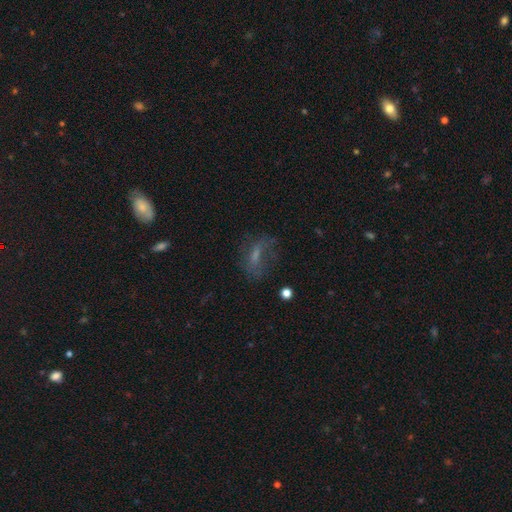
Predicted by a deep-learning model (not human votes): smooth-or-featured: smooth: 43% | featured or disk: 39% | star or artifact: 18%
  merging: none: 49% | major disturbance: 27% | minor disturbance: 22% | merger: 3%